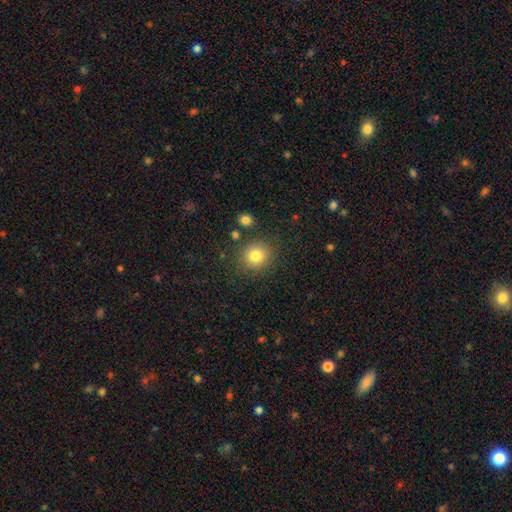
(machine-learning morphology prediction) Smooth or featured? Predicted: smooth (p=0.81). How rounded? Predicted: round (p=0.86). Merging? Predicted: none (p=0.84).